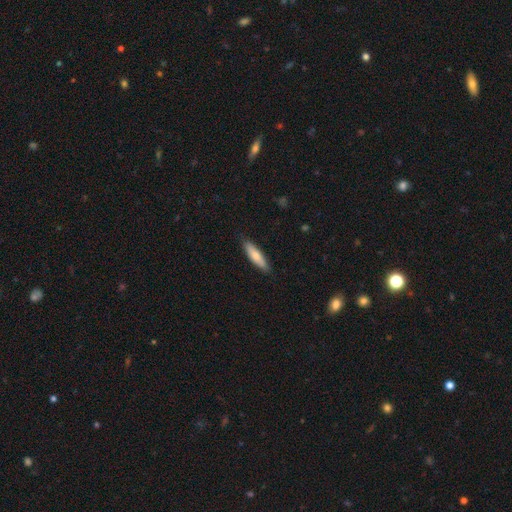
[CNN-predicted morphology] type=smooth (74%); roundness=cigar-shaped (69%); merging=none (87%).